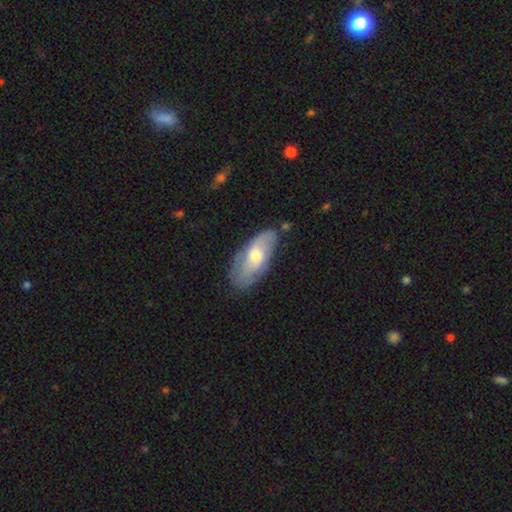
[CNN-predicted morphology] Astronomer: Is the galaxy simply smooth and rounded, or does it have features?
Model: smooth — 51% (runner-up: featured or disk, 43%).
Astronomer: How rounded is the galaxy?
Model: in between — 86%.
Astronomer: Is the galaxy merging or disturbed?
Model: none — 69%.